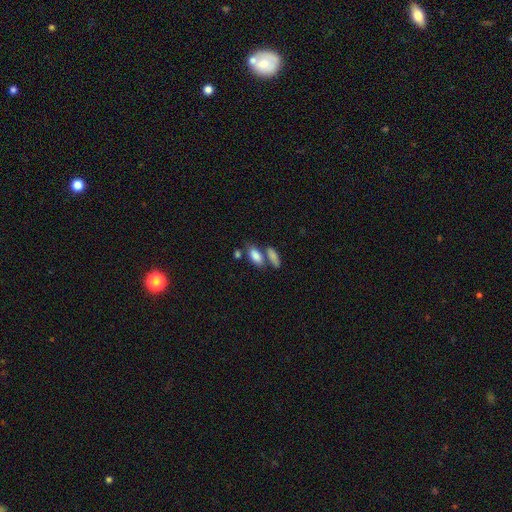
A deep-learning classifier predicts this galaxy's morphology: A smooth galaxy with no disk features (84%) that is in between round and cigar-shaped (87%). Merging: none (53%).